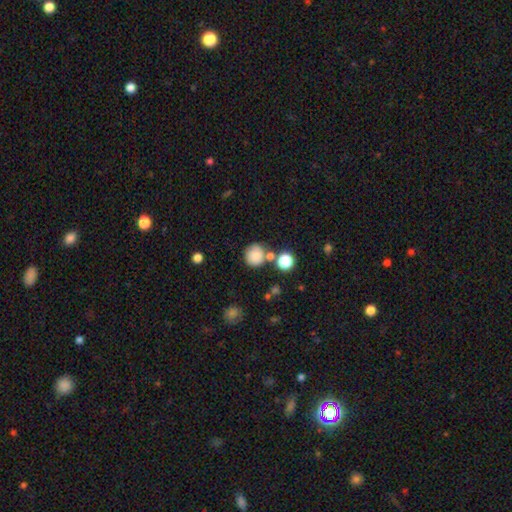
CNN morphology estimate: Smooth or featured? Predicted: smooth (p=0.82). How rounded? Predicted: round (p=0.90). Merging? Predicted: none (p=0.67).